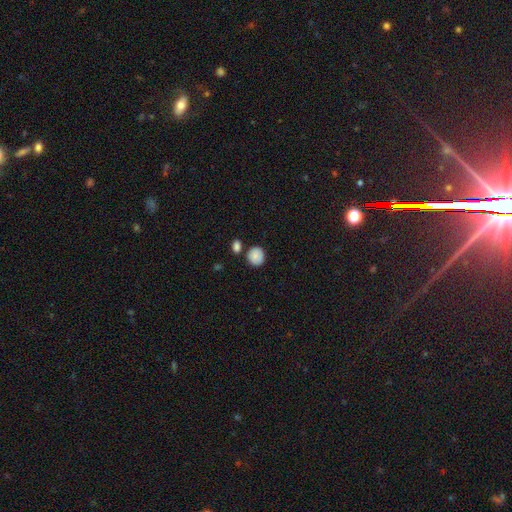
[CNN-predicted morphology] Overall: smooth (86%). How rounded: round (83%). Merging: none (74%).